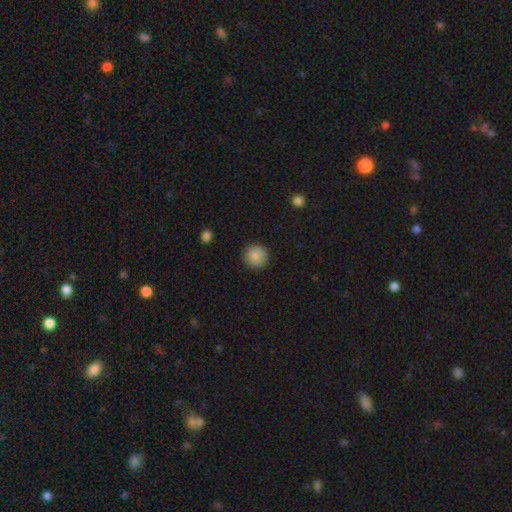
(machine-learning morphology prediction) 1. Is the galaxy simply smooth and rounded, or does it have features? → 87% smooth, 8% star or artifact, 4% featured or disk.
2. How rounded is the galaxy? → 94% round, 5% in between, 1% cigar-shaped.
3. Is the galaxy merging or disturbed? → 91% none, 6% minor disturbance, 2% major disturbance, 1% merger.